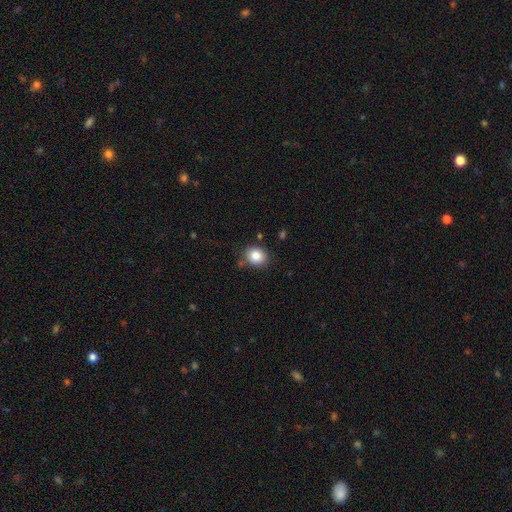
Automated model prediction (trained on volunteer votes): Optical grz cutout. It shows a smooth galaxy with no disk features (84%) that is round (68%). Merging: none (79%).